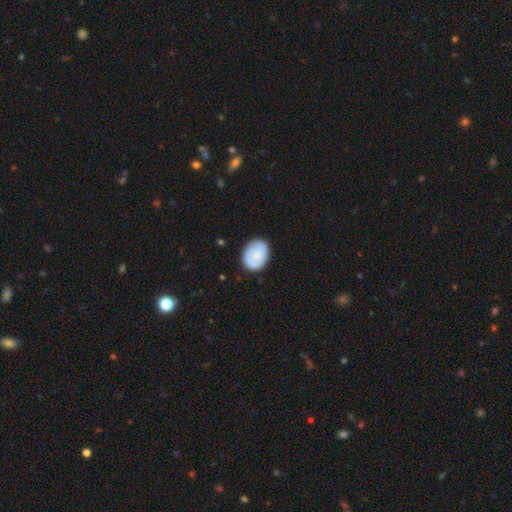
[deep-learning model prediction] A smooth galaxy with no disk features (62%) that is in between round and cigar-shaped (62%). Merging: none (82%).